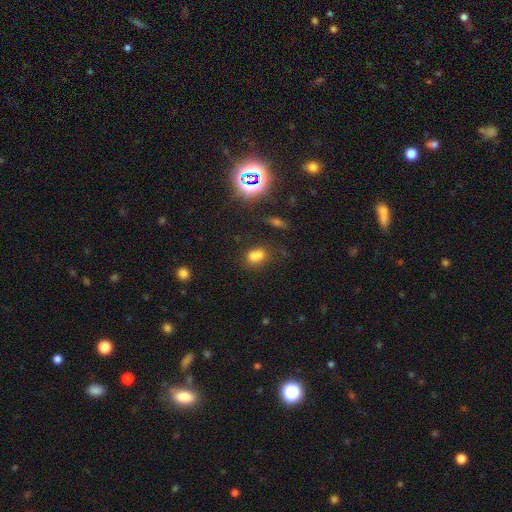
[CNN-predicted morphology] smooth_or_featured: smooth (p=0.68) [alt: star or artifact p=0.20]
how_rounded: in between (p=0.68) [alt: round p=0.29]
merging: none (p=0.43) [alt: merger p=0.35]